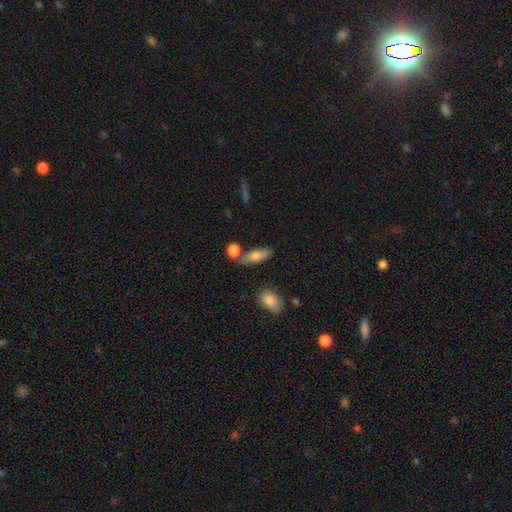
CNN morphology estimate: The model was most divided on "how rounded": in between: 64%, cigar-shaped: 32%, round: 4%. More confident: smooth or featured — smooth (73%); merging — none (70%).